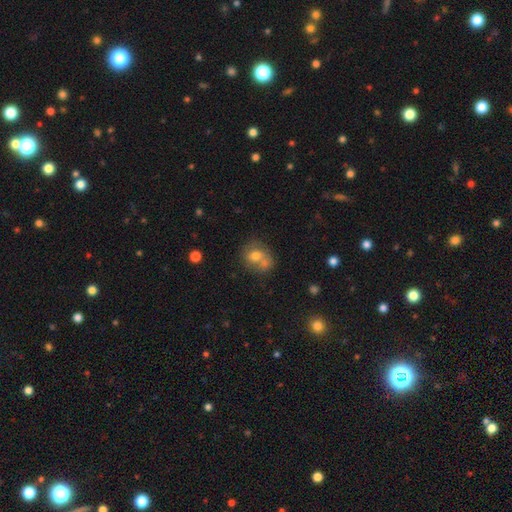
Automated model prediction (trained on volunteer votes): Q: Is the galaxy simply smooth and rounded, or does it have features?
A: smooth — 69%.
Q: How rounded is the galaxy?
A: round — 62%.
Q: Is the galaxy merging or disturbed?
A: merger — 48%.